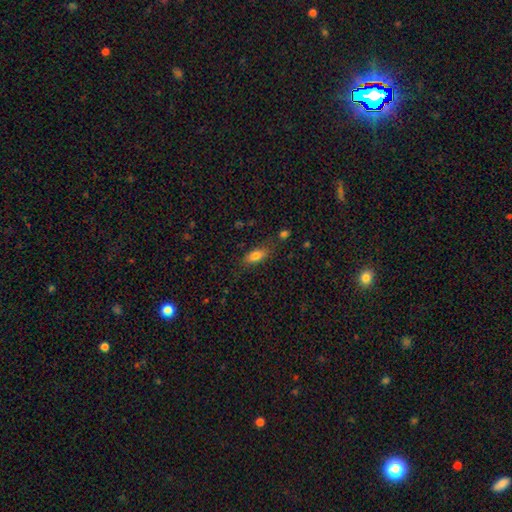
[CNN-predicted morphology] This is likely a smooth galaxy (79%). How rounded: clearly in between (81%). Merging: likely none (76%).